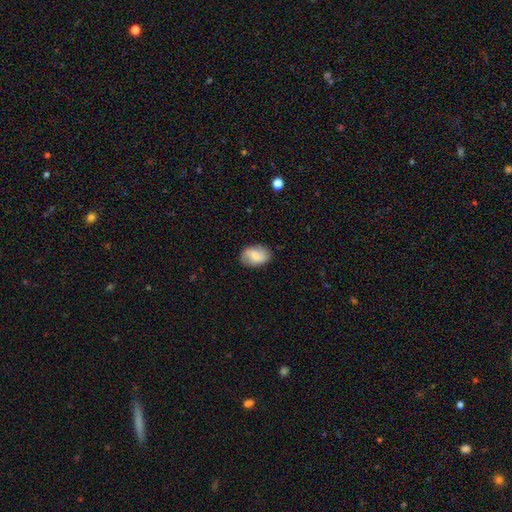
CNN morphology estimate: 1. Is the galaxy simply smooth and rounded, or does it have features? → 66% smooth, 27% featured or disk, 7% star or artifact.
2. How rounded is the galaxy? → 85% in between, 14% round, 2% cigar-shaped.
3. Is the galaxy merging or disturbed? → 81% none, 15% minor disturbance, 4% major disturbance, 1% merger.